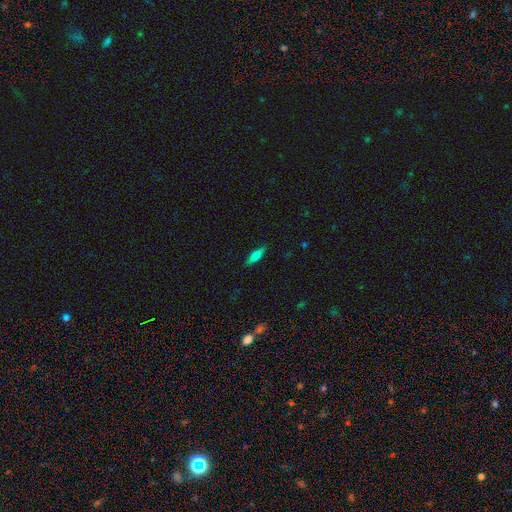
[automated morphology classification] type=smooth (63%); roundness=cigar-shaped (57%); merging=none (88%).